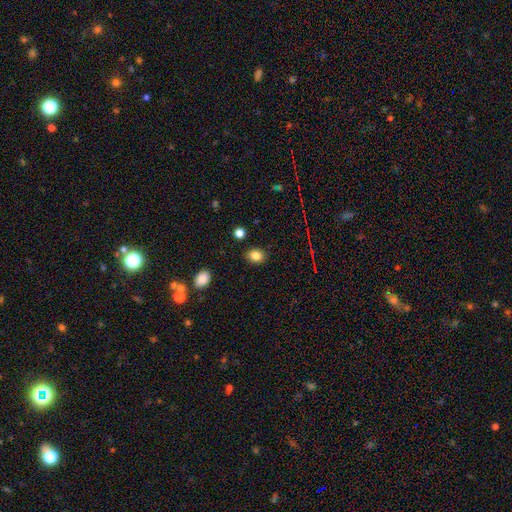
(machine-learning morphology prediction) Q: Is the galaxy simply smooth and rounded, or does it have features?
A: smooth — 83%.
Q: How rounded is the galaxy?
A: in between — 50%.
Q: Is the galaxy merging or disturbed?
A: none — 88%.